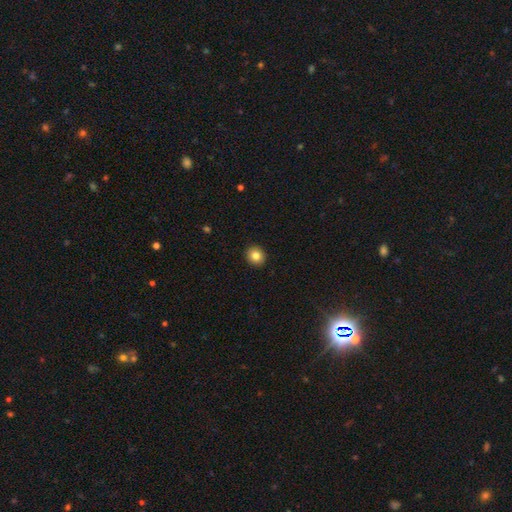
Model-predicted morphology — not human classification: smooth_or_featured: smooth (p=0.83) [alt: star or artifact p=0.10]
how_rounded: round (p=0.86) [alt: in between p=0.13]
merging: none (p=0.93) [alt: minor disturbance p=0.05]